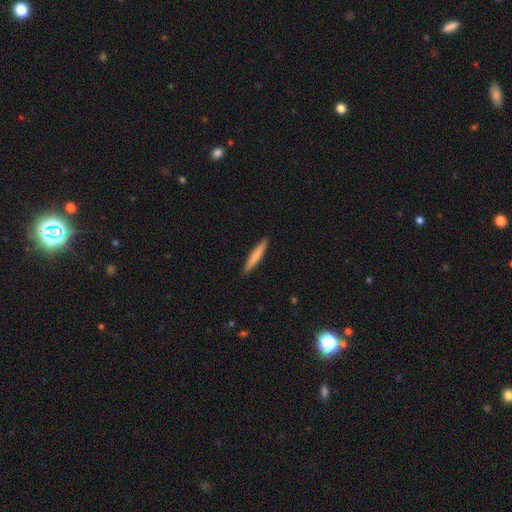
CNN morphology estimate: This appears to be a smooth galaxy with no disk features (71%) that is cigar-shaped (93%). Merging: none (91%).